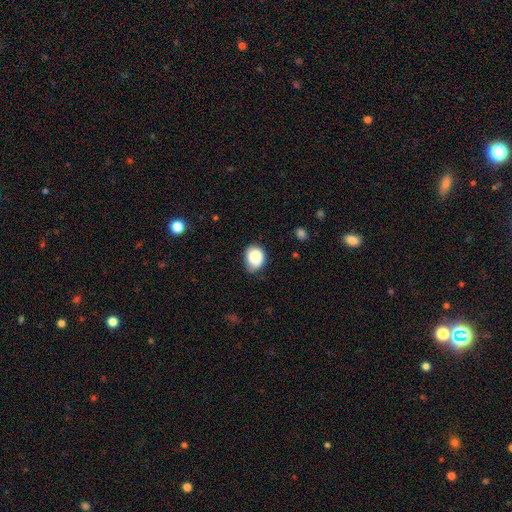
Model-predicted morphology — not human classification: Smooth or featured? Predicted: smooth (p=0.83). How rounded? Predicted: round (p=0.50). Merging? Predicted: none (p=0.60).